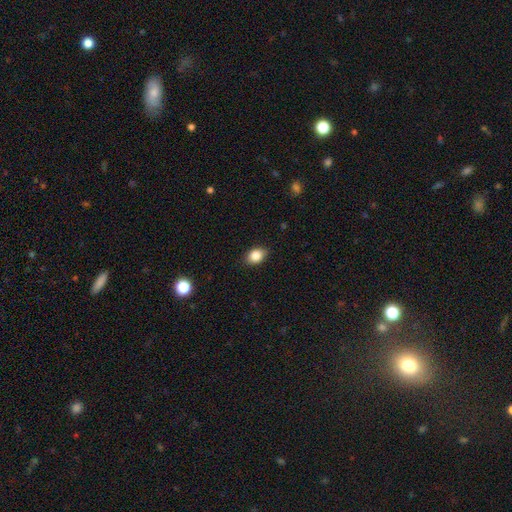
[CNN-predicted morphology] This appears to be a smooth galaxy with no disk features (85%) that is in between round and cigar-shaped (70%). Merging: none (85%).